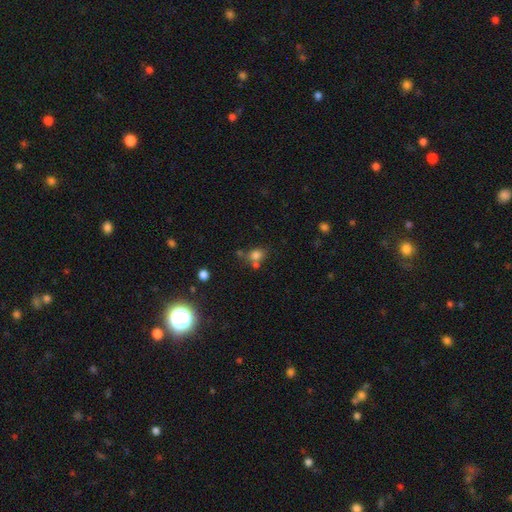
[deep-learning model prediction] Morphology: type=smooth (77%); roundness=round (59%); merging=none (54%).